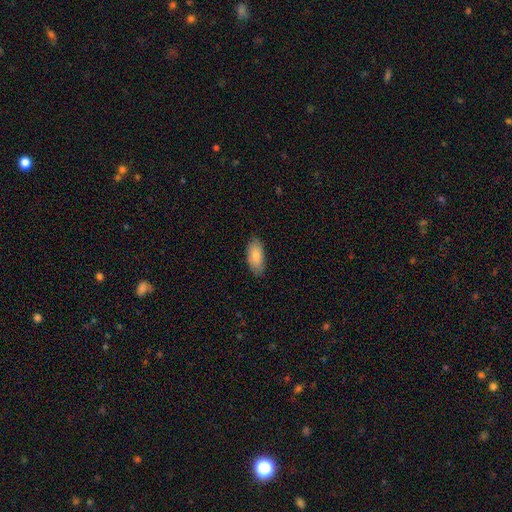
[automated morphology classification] Smooth or featured? smooth (84%)
How rounded? in between (90%)
Merging? none (84%)